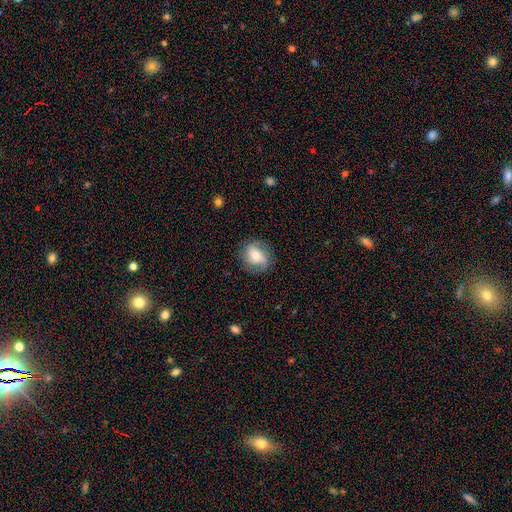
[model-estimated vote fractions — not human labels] Smooth or featured?
  - smooth: 57% *
  - featured or disk: 34%
  - star or artifact: 9%
How rounded?
  - round: 49% * (tied)
  - in between: 49% * (tied)
  - cigar-shaped: 2%
Merging?
  - none: 76% *
  - minor disturbance: 17%
  - major disturbance: 6%
  - merger: 1%